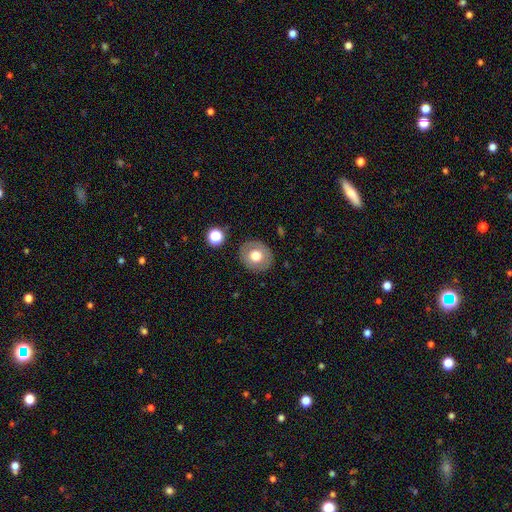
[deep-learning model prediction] Morphology: type=smooth (68%); roundness=round (77%); merging=none (87%).